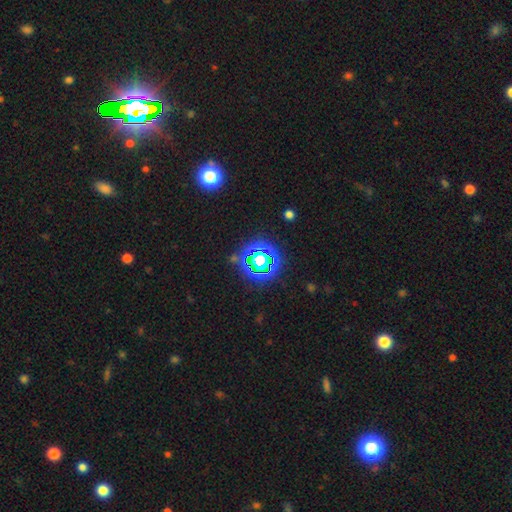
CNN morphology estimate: Q: Smooth or featured?
A: star or artifact (74%); runner-up: smooth (16%)